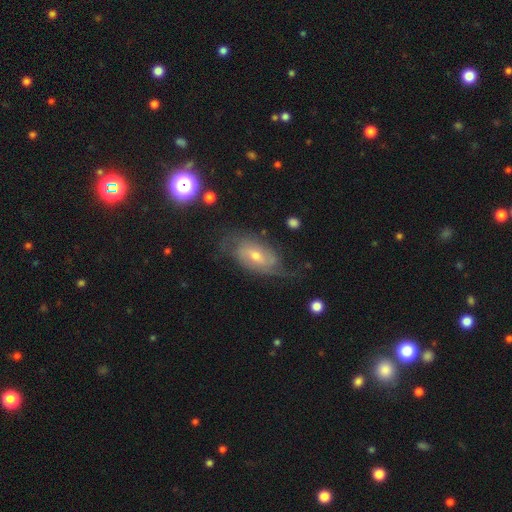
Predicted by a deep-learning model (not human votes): This is likely a featured or disk galaxy (76%). It is clearly not viewed edge-on (93%). Bar: possibly no (46%). Spiral arm pattern: clearly yes (91%). Spiral arm count: possibly 2 (51%). Spiral winding: marginally medium (39%, tied with tight). Central bulge: possibly small (48%). Merging: likely none (62%).